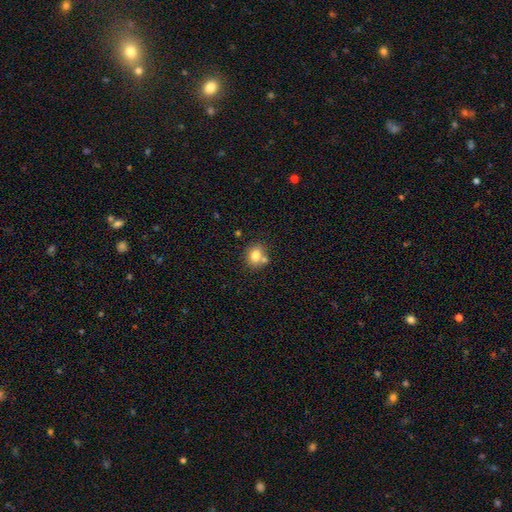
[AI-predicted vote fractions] This appears to be a smooth galaxy with no disk features (78%) that is round (65%). Merging: none (60%).